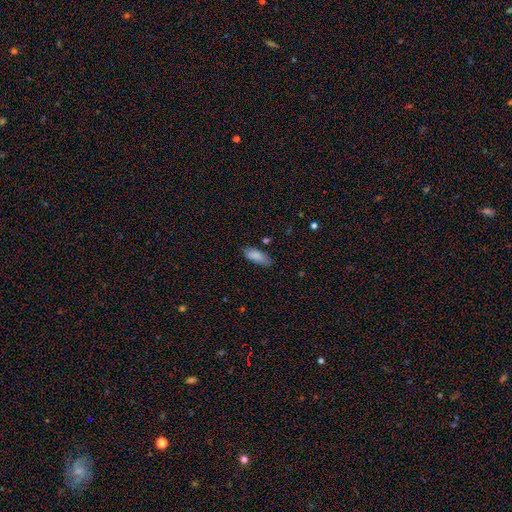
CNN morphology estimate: A smooth galaxy with no disk features (86%) that is in between round and cigar-shaped (79%). Merging: none (71%).